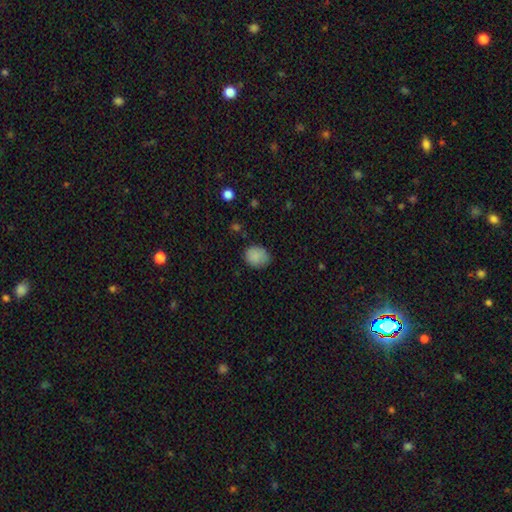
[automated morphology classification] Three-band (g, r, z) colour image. It shows a smooth galaxy with no disk features (86%) that is round (60%). Merging: none (78%).